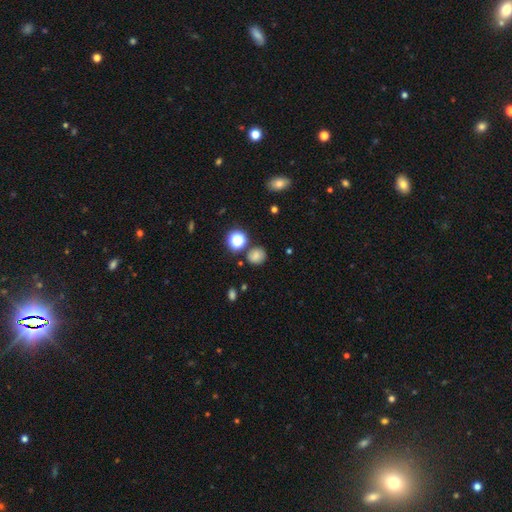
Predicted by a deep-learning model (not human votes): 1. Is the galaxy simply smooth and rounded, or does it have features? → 75% smooth, 18% star or artifact, 7% featured or disk.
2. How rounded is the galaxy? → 77% round, 22% in between, 1% cigar-shaped.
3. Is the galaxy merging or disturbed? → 78% none, 11% minor disturbance, 7% merger, 4% major disturbance.